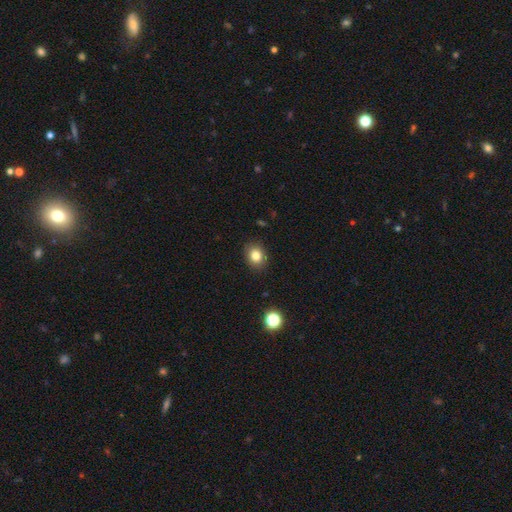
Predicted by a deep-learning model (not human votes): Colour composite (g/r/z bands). It shows a smooth galaxy with no disk features (82%) that is round (57%). Merging: none (87%).